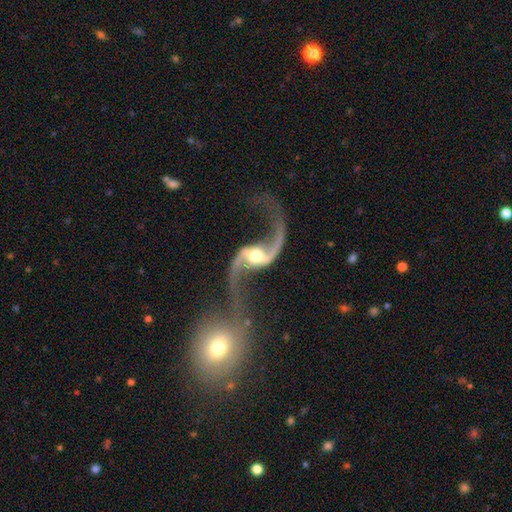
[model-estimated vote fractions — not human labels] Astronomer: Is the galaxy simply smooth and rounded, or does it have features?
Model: featured or disk — 93%.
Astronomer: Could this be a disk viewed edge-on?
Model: no — 96%.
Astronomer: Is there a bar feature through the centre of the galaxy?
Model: strong — 39% (runner-up: weak, 34%).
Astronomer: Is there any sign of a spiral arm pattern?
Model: yes — 97%.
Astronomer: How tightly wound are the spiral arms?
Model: loose — 91%.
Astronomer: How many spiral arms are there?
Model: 2 — 94%.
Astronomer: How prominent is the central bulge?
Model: moderate — 64%.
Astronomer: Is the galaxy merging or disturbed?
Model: none — 60%.